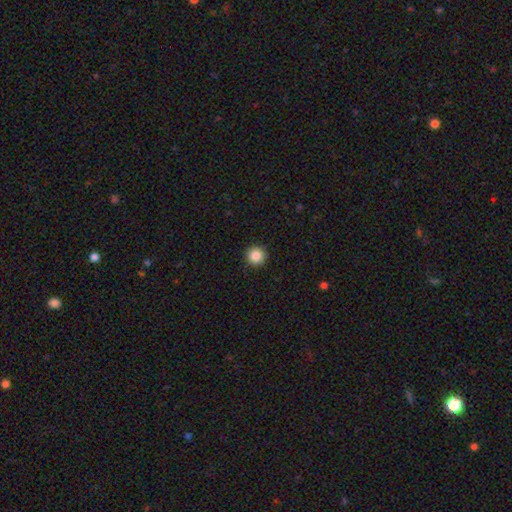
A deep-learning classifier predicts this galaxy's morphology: smooth_or_featured: smooth (p=0.87) [alt: star or artifact p=0.10]
how_rounded: round (p=0.96) [alt: in between p=0.03]
merging: none (p=0.92) [alt: minor disturbance p=0.05]